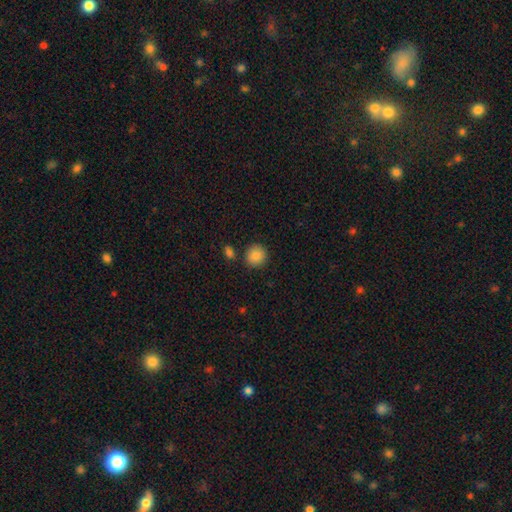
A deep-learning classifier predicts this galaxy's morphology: Smooth or featured? smooth (87%)
How rounded? round (91%)
Merging? none (85%)